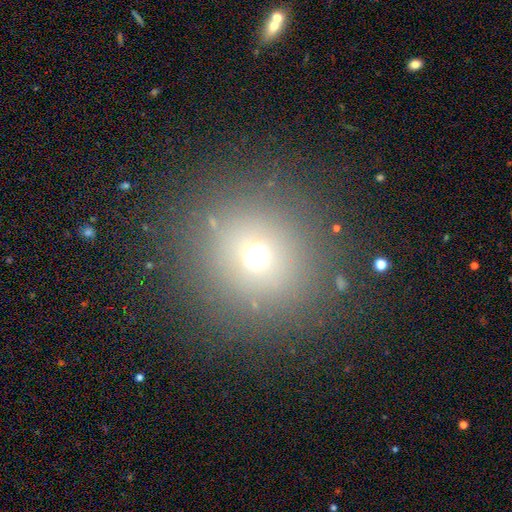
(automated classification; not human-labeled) smooth 64%, star or artifact 25%, featured or disk 11%. Down the decision tree: how rounded — round (93%); merging — none (87%).